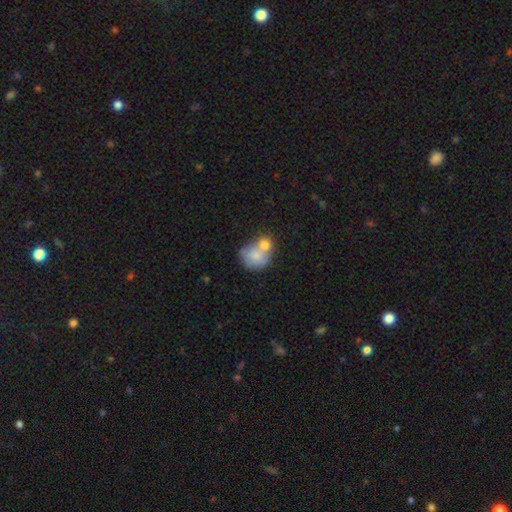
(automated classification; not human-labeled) This is likely a smooth galaxy (75%). How rounded: likely round (70%). Merging: possibly merger (58%).